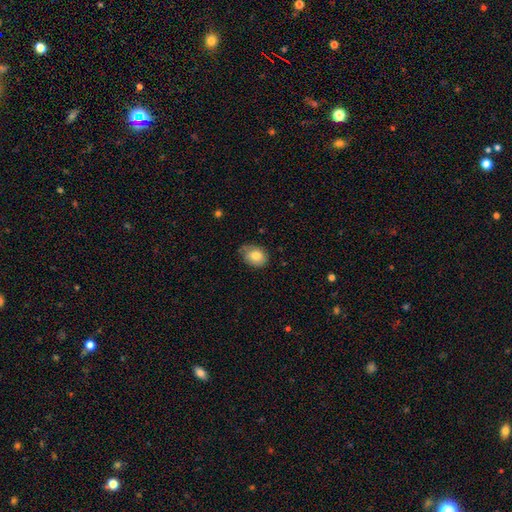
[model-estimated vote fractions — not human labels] Morphology: type=smooth (79%); roundness=in between (61%); merging=none (66%).